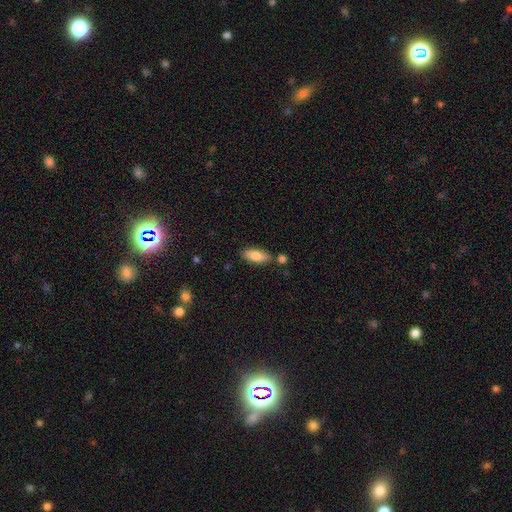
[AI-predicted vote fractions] This is likely a smooth galaxy (79%). How rounded: likely in between (74%). Merging: likely none (77%).